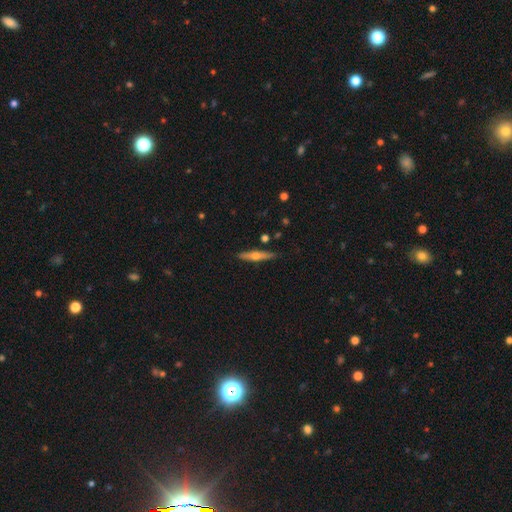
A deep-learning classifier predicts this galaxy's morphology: smooth-or-featured: featured or disk: 57% | smooth: 37% | star or artifact: 6%
  disk-edge-on: yes: 94% | no: 6%
    edge-on-bulge: rounded: 90% | none: 7% | boxy: 3%
  merging: none: 87% | minor disturbance: 9% | merger: 2% | major disturbance: 2%